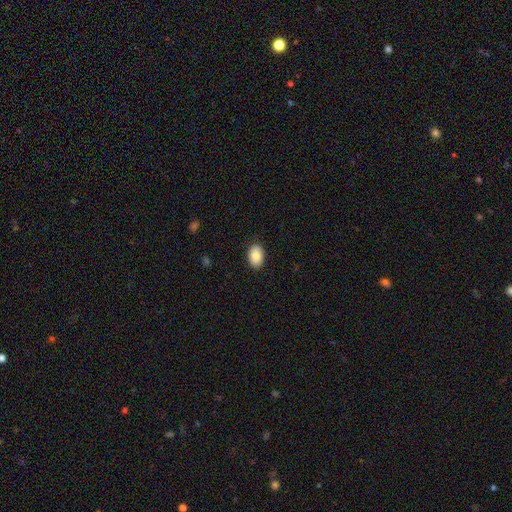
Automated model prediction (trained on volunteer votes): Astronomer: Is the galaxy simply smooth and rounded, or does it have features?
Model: smooth — 84%.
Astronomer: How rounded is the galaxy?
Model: in between — 86%.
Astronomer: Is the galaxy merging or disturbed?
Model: none — 88%.